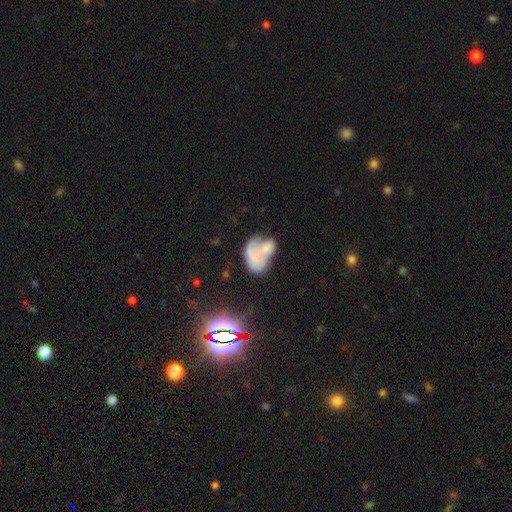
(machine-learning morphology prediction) Smooth or featured? Predicted: smooth (p=0.52). How rounded? Predicted: in between (p=0.85). Merging? Predicted: merger (p=0.40).